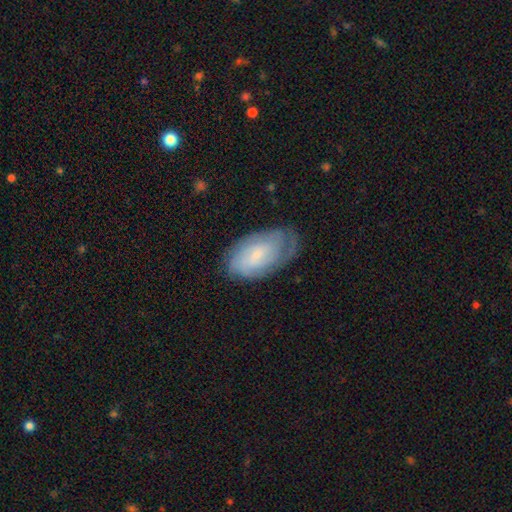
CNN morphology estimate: Smooth or featured?
  - featured or disk: 55% *
  - smooth: 38%
  - star or artifact: 7%
Edge-on disk?
  - no: 94% *
  - yes: 6%
Bar?
  - no: 53% *
  - weak: 39%
  - strong: 8%
Spiral arms?
  - yes: 83% *
  - no: 17%
Bulge size?
  - small: 60% *
  - moderate: 25%
  - none: 10%
  - large: 4%
  - dominant: 1%
Merging?
  - none: 62% *
  - minor disturbance: 26%
  - major disturbance: 11%
  - merger: 1%